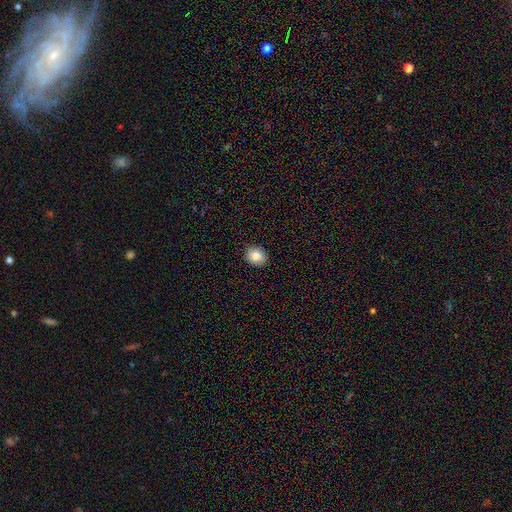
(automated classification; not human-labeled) This appears to be a smooth galaxy with no disk features (85%) that is round (54%). Merging: none (90%).